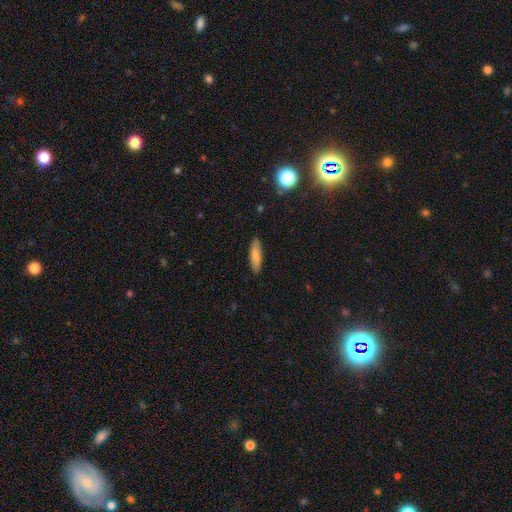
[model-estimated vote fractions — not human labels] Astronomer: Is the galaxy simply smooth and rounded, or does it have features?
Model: smooth — 80%.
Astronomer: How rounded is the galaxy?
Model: cigar-shaped — 66%.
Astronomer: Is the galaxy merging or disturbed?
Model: none — 88%.